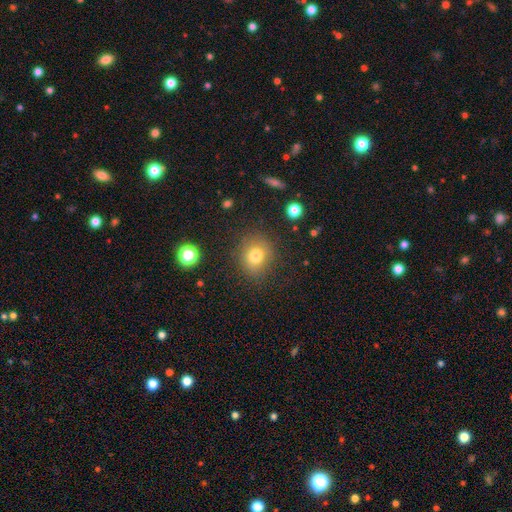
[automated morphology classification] Overall: smooth (77%). How rounded: round (74%). Merging: none (82%).